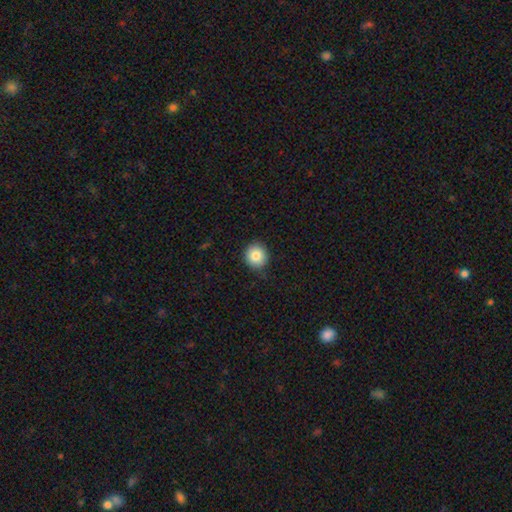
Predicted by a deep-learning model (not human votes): Smooth or featured: smooth — 83% (star or artifact — 9%)
How rounded: round — 89% (in between — 10%)
Merging: none — 87% (minor disturbance — 10%)